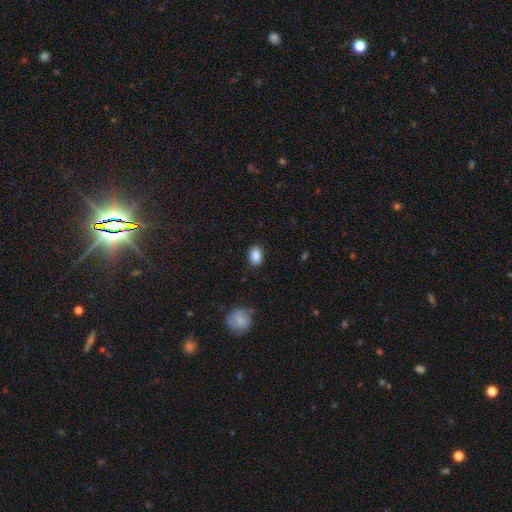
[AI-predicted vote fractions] Q: Smooth or featured?
A: smooth (88%); runner-up: star or artifact (8%)
Q: How rounded?
A: in between (76%); runner-up: round (23%)
Q: Merging?
A: none (84%); runner-up: minor disturbance (12%)